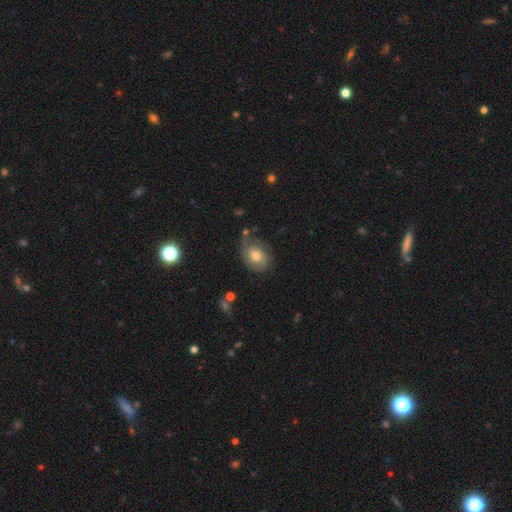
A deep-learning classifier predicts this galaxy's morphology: Smooth or featured? smooth (46%)
Merging? none (60%)